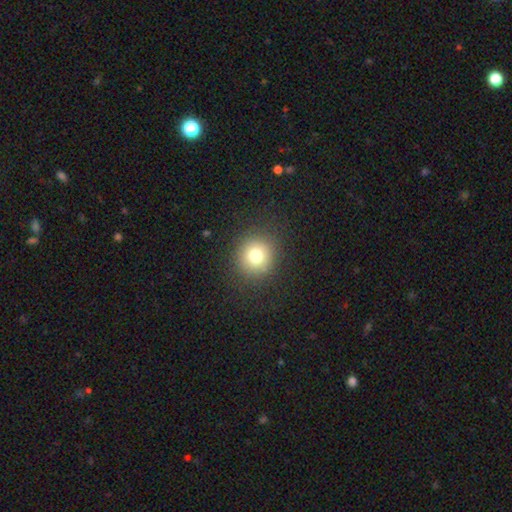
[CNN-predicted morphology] Smooth or featured: smooth — 76% (star or artifact — 14%)
How rounded: round — 90% (in between — 9%)
Merging: none — 88% (minor disturbance — 7%)